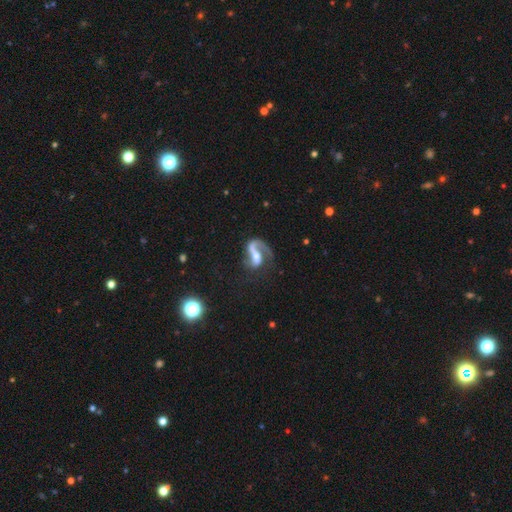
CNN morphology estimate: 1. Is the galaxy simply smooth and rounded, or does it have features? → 82% featured or disk, 12% smooth, 6% star or artifact.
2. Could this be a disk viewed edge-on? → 96% no, 4% yes.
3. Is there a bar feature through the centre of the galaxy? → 41% strong, 36% weak, 22% no.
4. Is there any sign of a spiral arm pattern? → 92% yes, 8% no.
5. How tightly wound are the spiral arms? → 48% loose, 39% medium, 13% tight.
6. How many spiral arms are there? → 56% 1, 38% 2, 3% can't tell, 1% 3, 1% 4, 1% more than 4.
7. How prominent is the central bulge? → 51% moderate, 31% small, 10% large, 7% none, 2% dominant.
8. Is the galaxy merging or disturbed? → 45% none, 34% major disturbance, 16% minor disturbance, 6% merger.